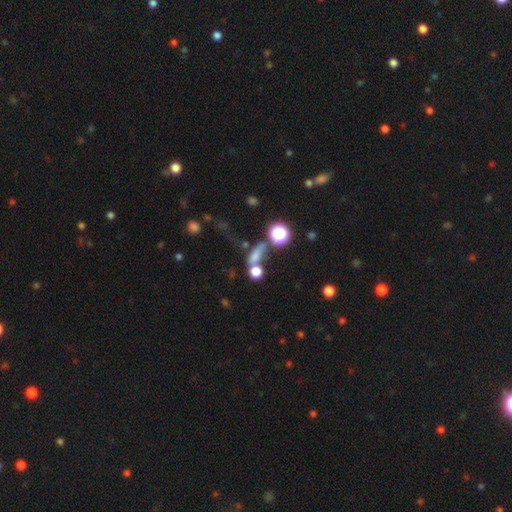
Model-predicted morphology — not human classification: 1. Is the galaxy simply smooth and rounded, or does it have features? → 65% smooth, 22% star or artifact, 13% featured or disk.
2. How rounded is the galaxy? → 45% in between, 38% round, 17% cigar-shaped.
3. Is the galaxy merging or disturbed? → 42% none, 33% merger, 13% minor disturbance, 12% major disturbance.